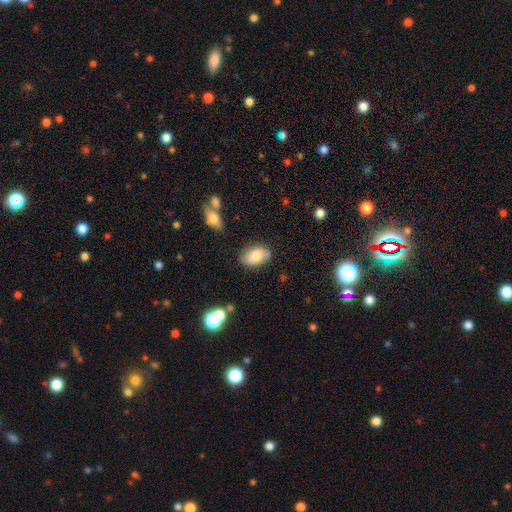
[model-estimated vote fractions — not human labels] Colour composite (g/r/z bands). It shows a smooth galaxy with no disk features (75%) that is in between round and cigar-shaped (91%). Merging: none (79%).